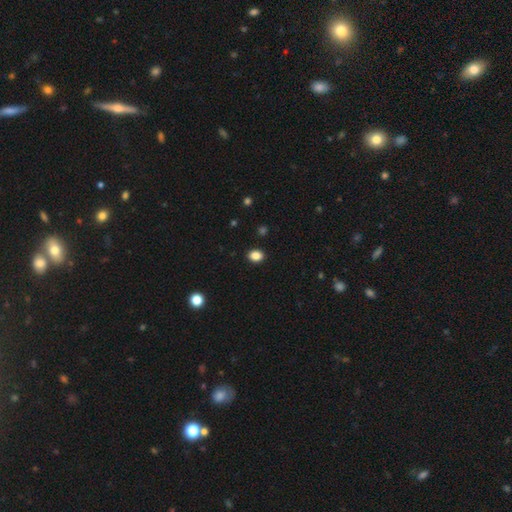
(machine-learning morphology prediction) A smooth galaxy with no disk features (86%) that is in between round and cigar-shaped (56%).

Vote fractions:
- Smooth or featured? smooth: 86% / star or artifact: 10% / featured or disk: 4%
- How rounded? in between: 56% / round: 43% / cigar-shaped: 1%
- Merging? none: 91% / minor disturbance: 6% / major disturbance: 2% / merger: 1%